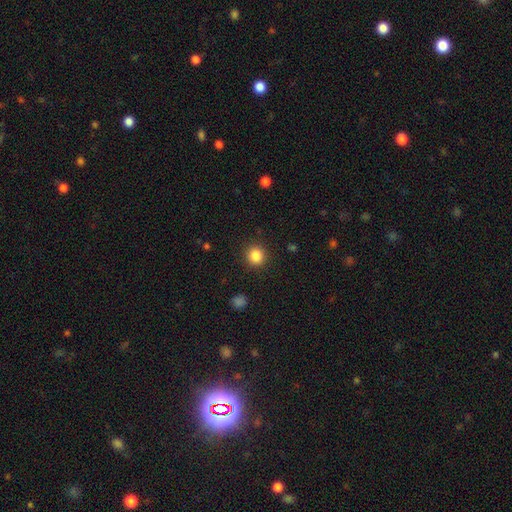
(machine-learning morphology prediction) A smooth galaxy with no disk features (86%) that is round (91%). Merging: none (91%).